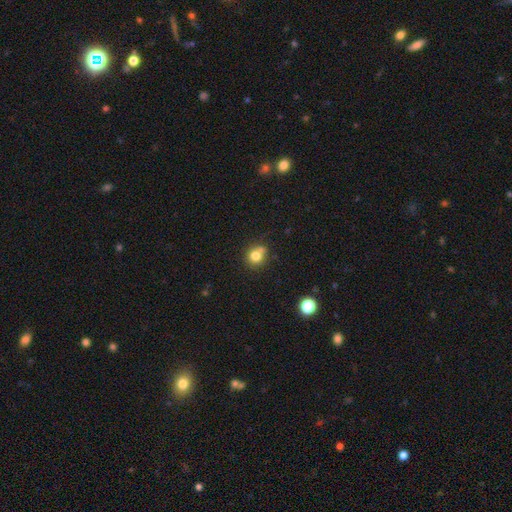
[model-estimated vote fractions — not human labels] Morphology: type=smooth (77%); roundness=round (85%); merging=none (60%).